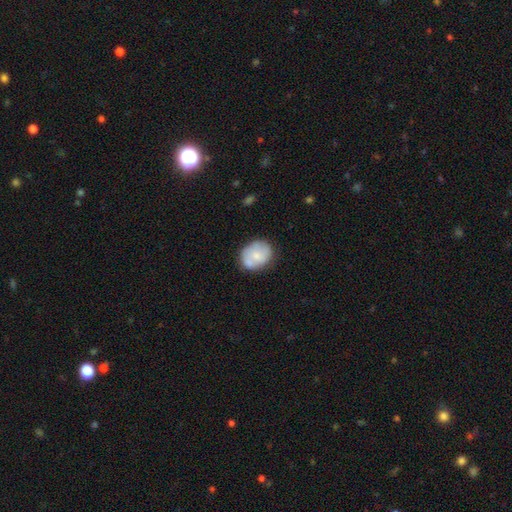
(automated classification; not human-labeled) A smooth galaxy with no disk features (62%) that is round (56%). Merging: none (63%).